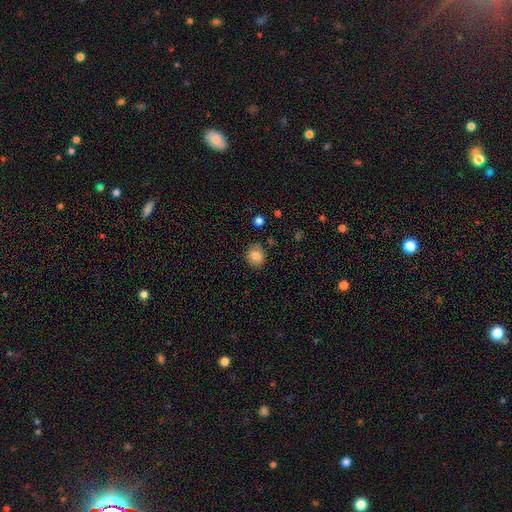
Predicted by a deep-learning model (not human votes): smooth-or-featured: smooth: 84% | star or artifact: 10% | featured or disk: 7%
  how-rounded: round: 77% | in between: 22% | cigar-shaped: 1%
  merging: none: 85% | minor disturbance: 11% | major disturbance: 2% | merger: 2%